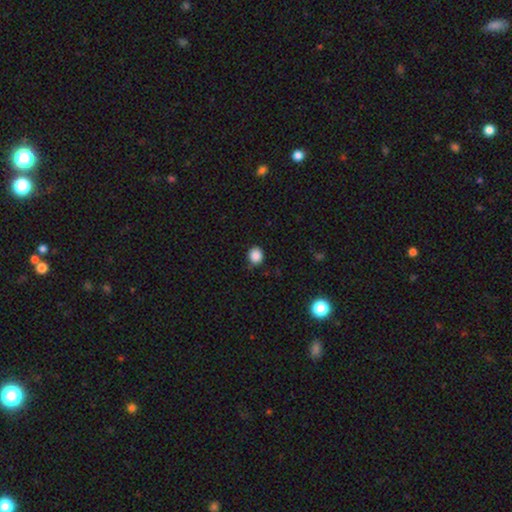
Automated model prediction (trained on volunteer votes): smooth 87%, star or artifact 10%, featured or disk 3%. Down the decision tree: how rounded — round (83%); merging — none (82%).